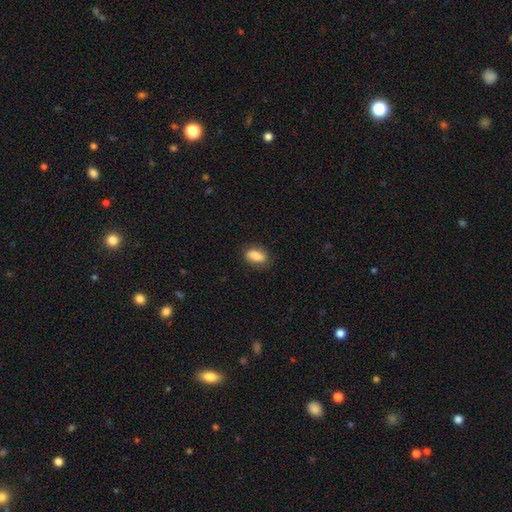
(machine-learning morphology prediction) Smooth or featured: smooth — 81% (featured or disk — 12%)
How rounded: in between — 85% (cigar-shaped — 9%)
Merging: none — 82% (minor disturbance — 14%)